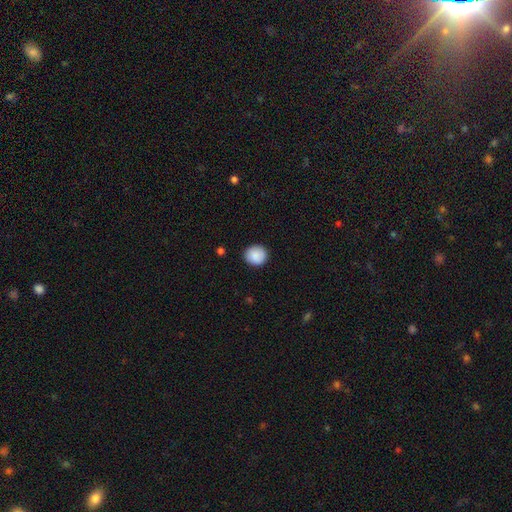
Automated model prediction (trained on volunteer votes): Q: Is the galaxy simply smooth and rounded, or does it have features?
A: smooth — 88%.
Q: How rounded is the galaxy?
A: round — 88%.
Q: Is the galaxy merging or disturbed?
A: none — 89%.